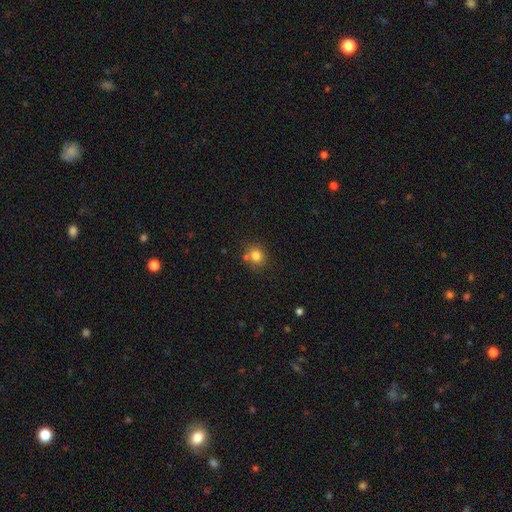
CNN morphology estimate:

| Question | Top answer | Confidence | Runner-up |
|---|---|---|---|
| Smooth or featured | smooth | 80% | star or artifact (13%) |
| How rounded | round | 78% | in between (21%) |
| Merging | none | 69% | merger (16%) |